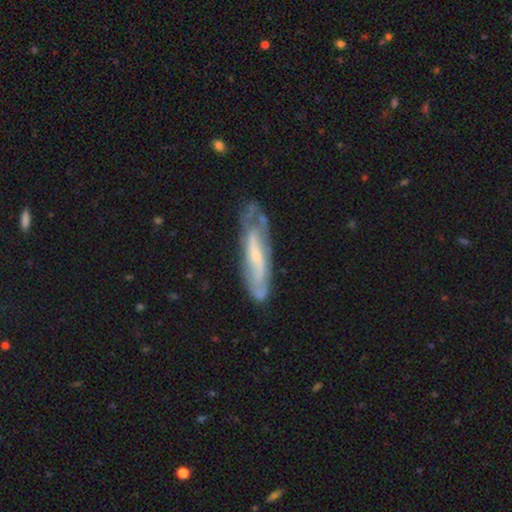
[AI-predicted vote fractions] Smooth or featured? Predicted: featured or disk (p=0.67). Edge-on disk? Predicted: no (p=0.69). Merging? Predicted: none (p=0.61).